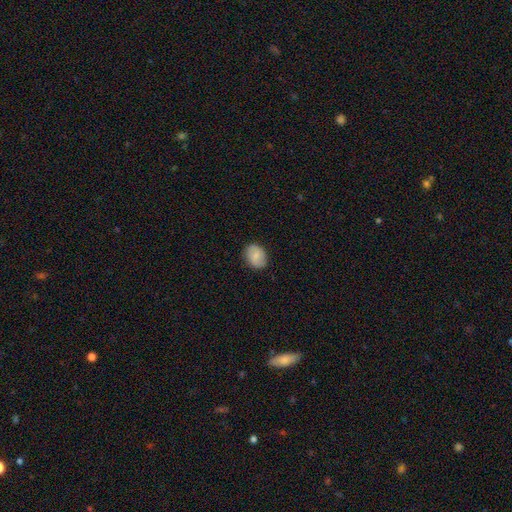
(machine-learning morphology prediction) A smooth galaxy with no disk features (73%) that is in between round and cigar-shaped (61%). Merging: none (84%).